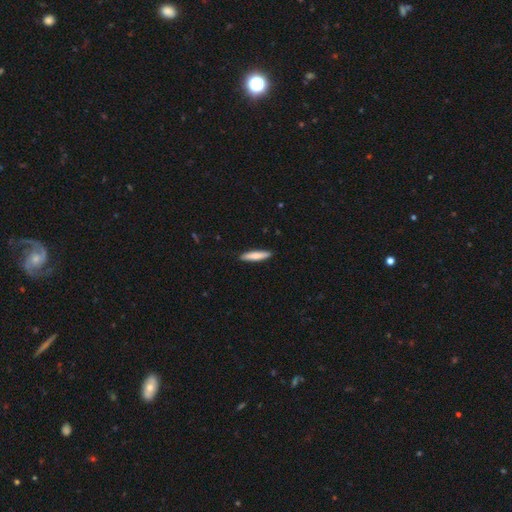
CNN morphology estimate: Smooth or featured: smooth — 77% (featured or disk — 18%)
How rounded: cigar-shaped — 87% (in between — 12%)
Merging: none — 90% (minor disturbance — 7%)